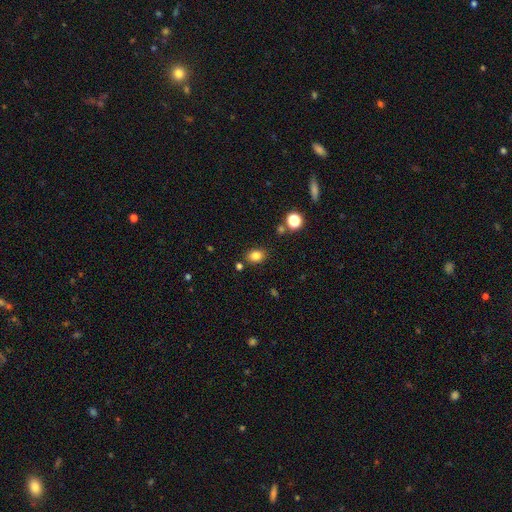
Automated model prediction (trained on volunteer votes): Overall: smooth (82%). How rounded: in between (61%; round 38%). Merging: none (81%).